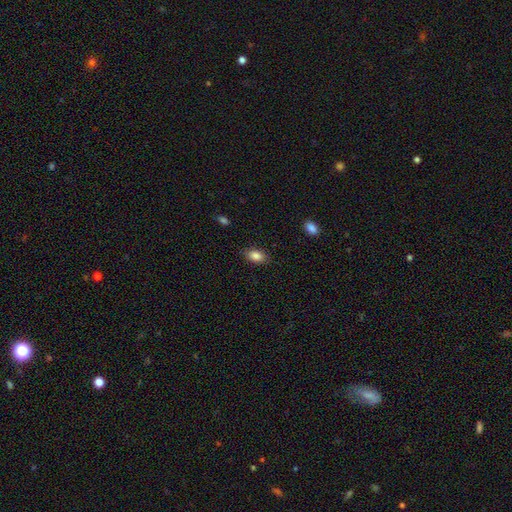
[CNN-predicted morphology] smooth 86%, star or artifact 8%, featured or disk 6%. Down the decision tree: how rounded — in between (86%); merging — none (84%).